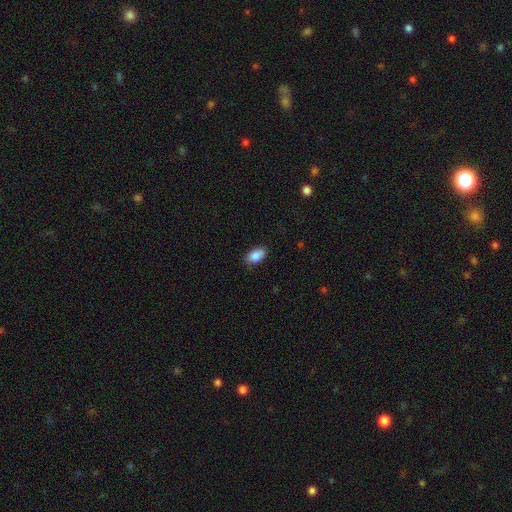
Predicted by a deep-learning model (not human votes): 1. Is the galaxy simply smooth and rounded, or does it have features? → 88% smooth, 7% star or artifact, 5% featured or disk.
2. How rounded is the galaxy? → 92% in between, 6% round, 2% cigar-shaped.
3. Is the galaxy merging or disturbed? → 83% none, 13% minor disturbance, 2% major disturbance, 1% merger.